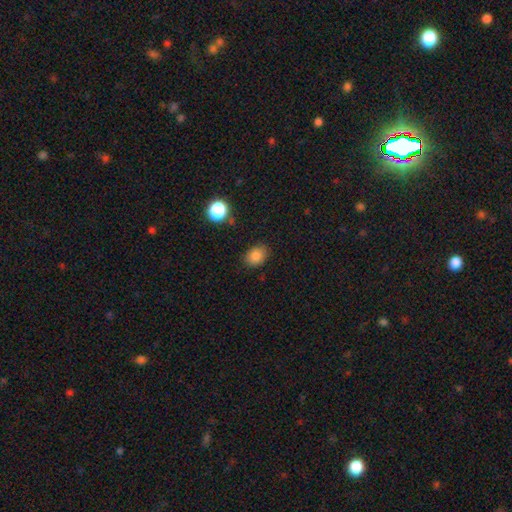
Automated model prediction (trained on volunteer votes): A smooth galaxy with no disk features (84%) that is in between round and cigar-shaped (58%).

Vote fractions:
- Smooth or featured? smooth: 84% / star or artifact: 11% / featured or disk: 5%
- How rounded? in between: 58% / round: 41% / cigar-shaped: 1%
- Merging? none: 82% / minor disturbance: 13% / major disturbance: 3% / merger: 2%